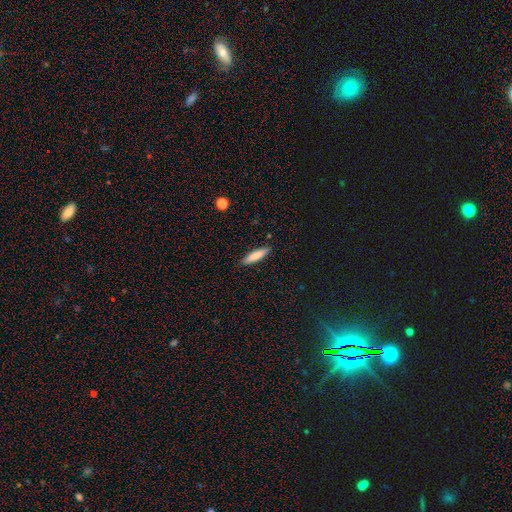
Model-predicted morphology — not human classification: Overall: smooth (78%). How rounded: cigar-shaped (78%). Merging: none (89%).